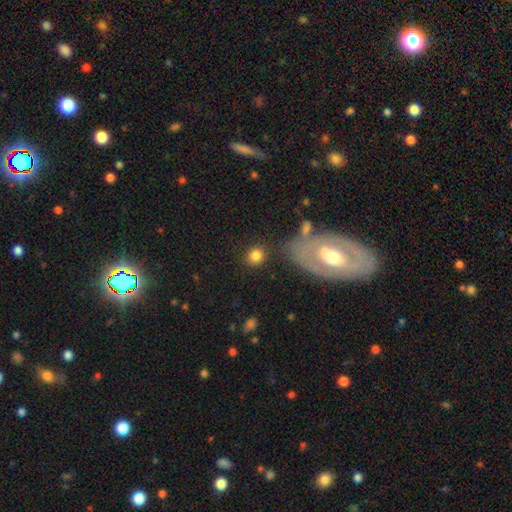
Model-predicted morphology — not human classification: This is clearly a smooth galaxy (83%). How rounded: clearly round (84%). Merging: likely none (80%).